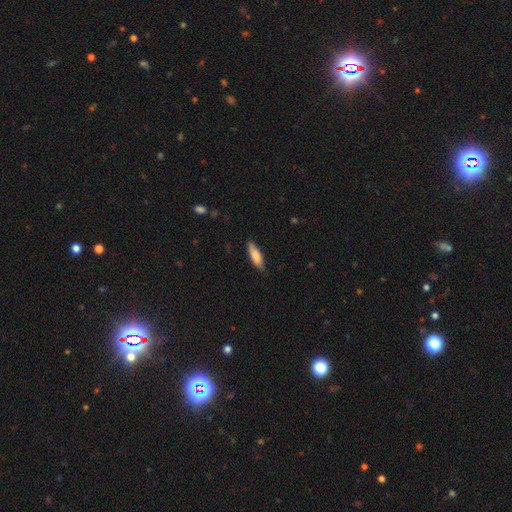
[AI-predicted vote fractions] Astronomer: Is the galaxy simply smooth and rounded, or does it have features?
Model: smooth — 82%.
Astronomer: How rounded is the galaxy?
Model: in between — 53% (runner-up: cigar-shaped, 46%).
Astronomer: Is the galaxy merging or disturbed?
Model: none — 78%.